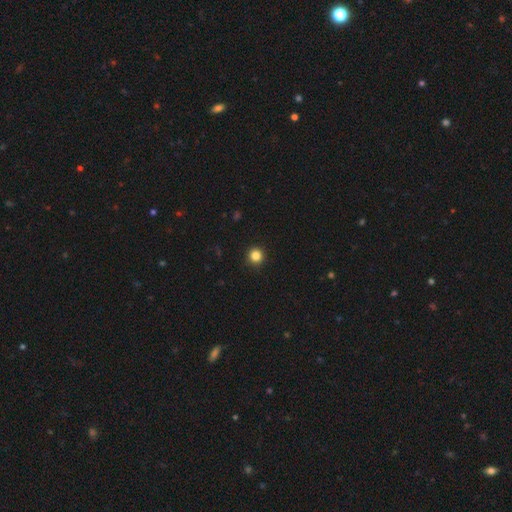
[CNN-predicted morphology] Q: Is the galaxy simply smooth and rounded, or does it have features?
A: smooth — 85%.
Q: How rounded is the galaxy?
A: round — 95%.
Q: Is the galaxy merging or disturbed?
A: none — 93%.